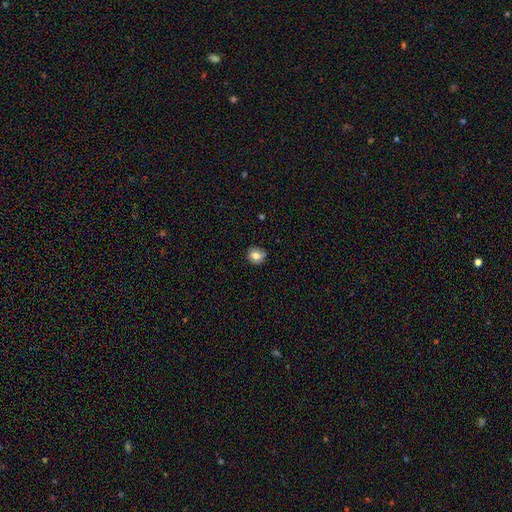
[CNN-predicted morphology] smooth-or-featured: smooth: 82% | star or artifact: 10% | featured or disk: 8%
  how-rounded: round: 83% | in between: 16% | cigar-shaped: 1%
  merging: none: 88% | minor disturbance: 9% | major disturbance: 2% | merger: 1%